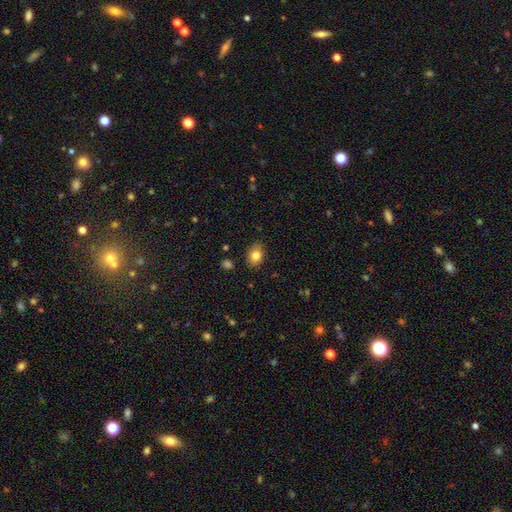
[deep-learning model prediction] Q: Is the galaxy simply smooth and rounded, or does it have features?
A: smooth — 83%.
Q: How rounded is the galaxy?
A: in between — 72%.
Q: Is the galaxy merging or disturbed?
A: none — 84%.